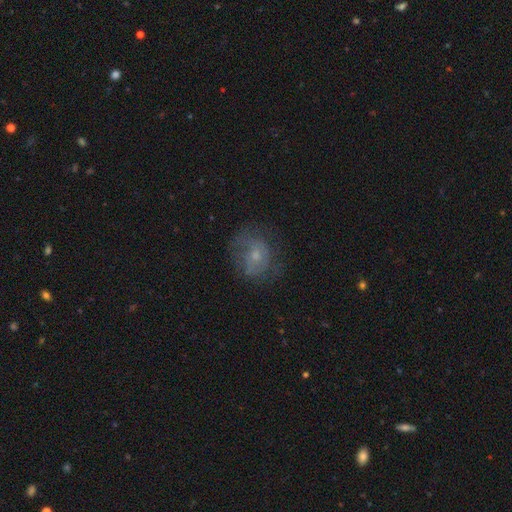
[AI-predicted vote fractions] featured or disk 51%, smooth 37%, star or artifact 13%. Down the decision tree: edge-on disk — no (97%); merging — none (60%).